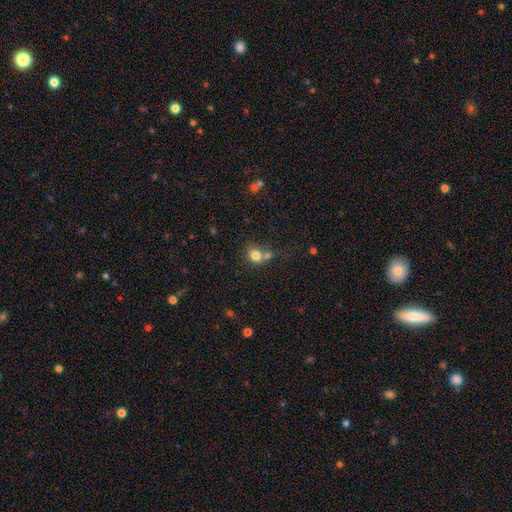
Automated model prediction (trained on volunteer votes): smooth-or-featured: smooth: 79% | star or artifact: 11% | featured or disk: 9%
  how-rounded: round: 70% | in between: 29% | cigar-shaped: 1%
  merging: none: 44% | merger: 39% | minor disturbance: 12% | major disturbance: 6%